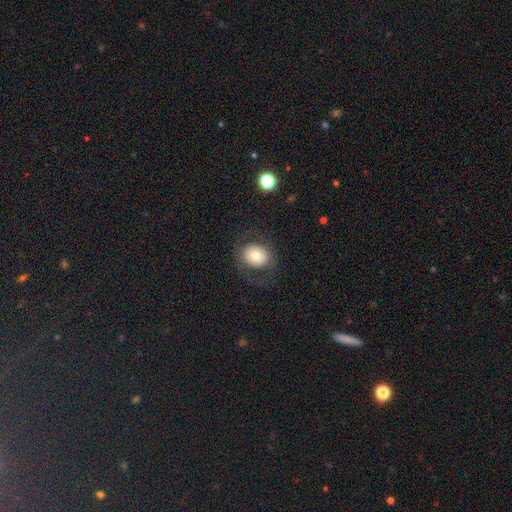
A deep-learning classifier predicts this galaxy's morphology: A smooth galaxy with no disk features (64%) that is round (68%).

Vote fractions:
- Smooth or featured? smooth: 64% / featured or disk: 27% / star or artifact: 9%
- How rounded? round: 68% / in between: 31% / cigar-shaped: 1%
- Merging? none: 75% / minor disturbance: 12% / major disturbance: 12% / merger: 1%